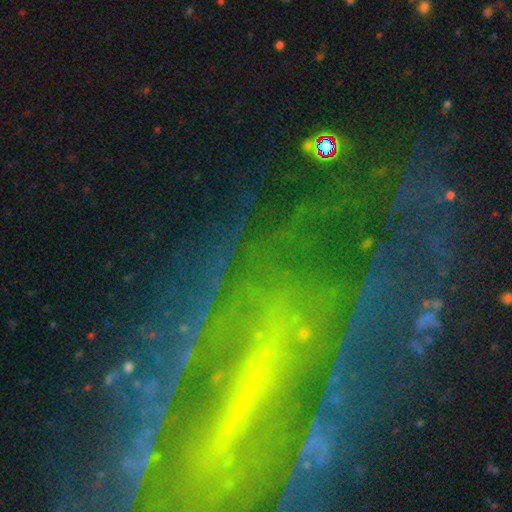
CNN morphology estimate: This appears to be a featured or disk galaxy (59%). Merging: none (71%).